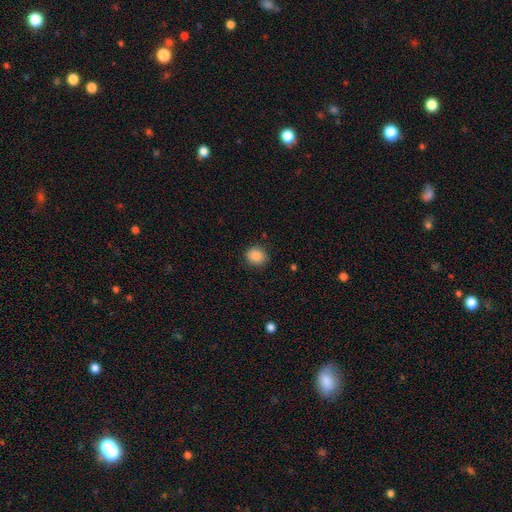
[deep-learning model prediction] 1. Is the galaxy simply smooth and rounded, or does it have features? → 88% smooth, 9% star or artifact, 4% featured or disk.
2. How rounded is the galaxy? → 80% round, 19% in between, 1% cigar-shaped.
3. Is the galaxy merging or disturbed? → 87% none, 10% minor disturbance, 3% major disturbance, 1% merger.